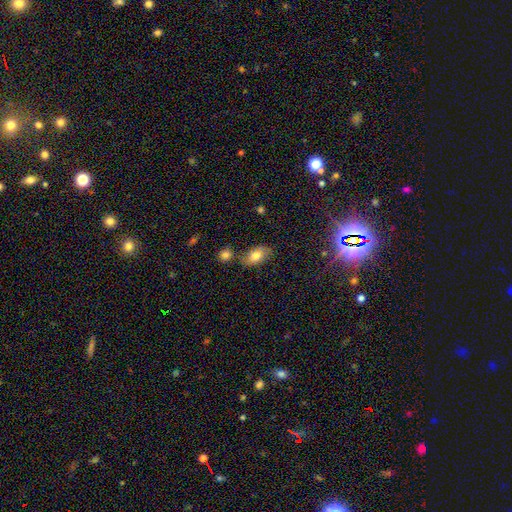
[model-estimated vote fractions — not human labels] Q: Smooth or featured?
A: smooth (76%); runner-up: featured or disk (16%)
Q: How rounded?
A: in between (91%); runner-up: round (6%)
Q: Merging?
A: none (69%); runner-up: minor disturbance (16%)